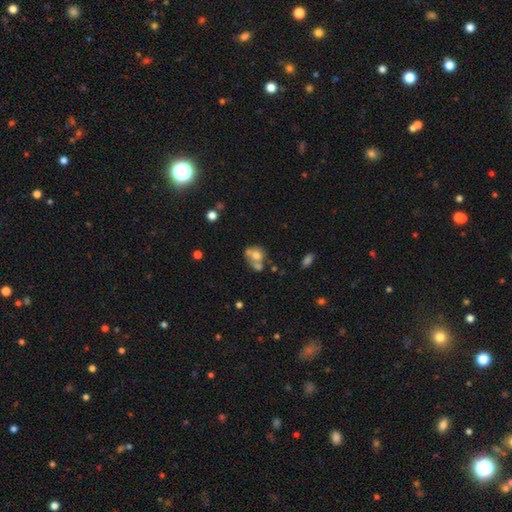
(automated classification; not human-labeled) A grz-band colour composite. It shows a smooth galaxy with no disk features (63%) that is round (61%). Merging: merger (51%).